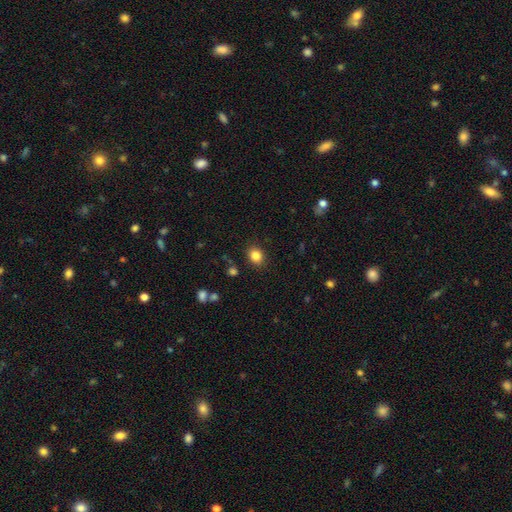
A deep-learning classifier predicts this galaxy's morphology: The model was most divided on "how rounded": round: 61%, in between: 38%, cigar-shaped: 1%. More confident: merging — none (87%); smooth or featured — smooth (84%).